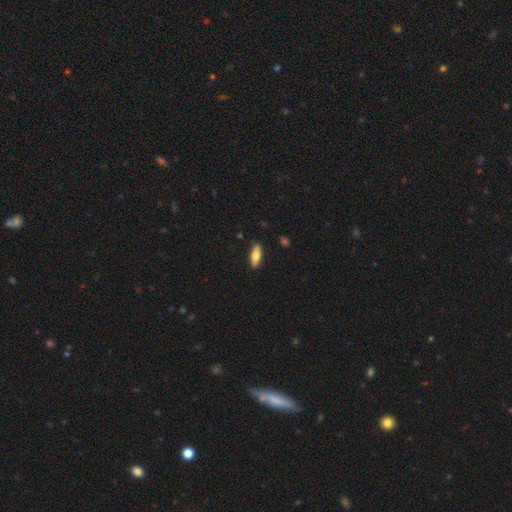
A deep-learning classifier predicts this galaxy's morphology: A smooth galaxy with no disk features (70%) that is in between round and cigar-shaped (60%). Merging: none (87%).